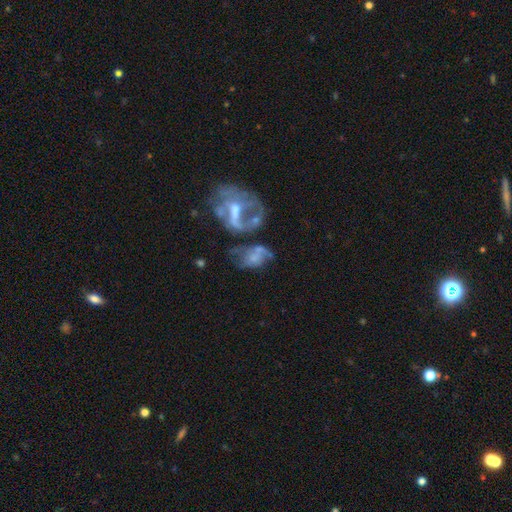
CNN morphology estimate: Overall: featured or disk (49%; smooth 38%). Merging: major disturbance (29%, tied with merger).